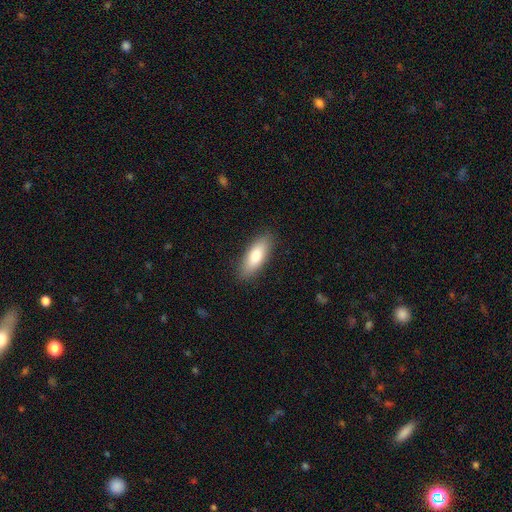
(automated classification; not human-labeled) This appears to be a smooth galaxy with no disk features (80%) that is in between round and cigar-shaped (64%). Merging: none (88%).